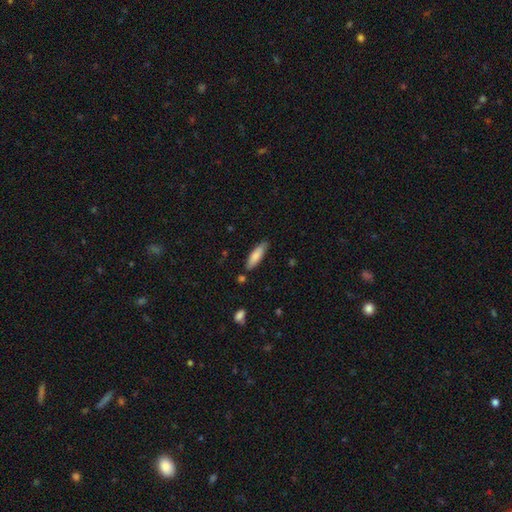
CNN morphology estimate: The model was most divided on "how rounded": cigar-shaped: 57%, in between: 42%, round: 1%. More confident: smooth or featured — smooth (83%); merging — none (80%).